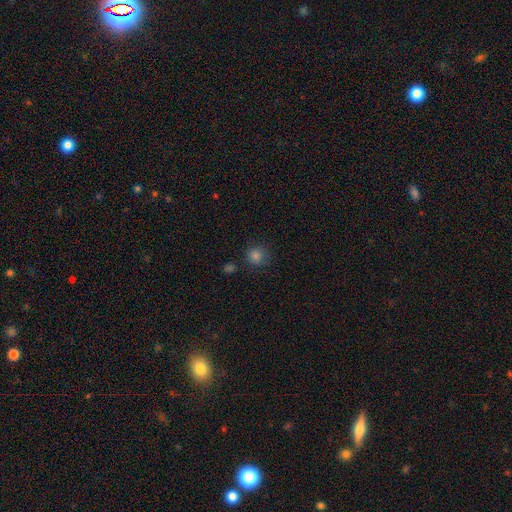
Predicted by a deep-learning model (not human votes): Smooth or featured?
  - smooth: 80% *
  - star or artifact: 15%
  - featured or disk: 5%
How rounded?
  - round: 91% *
  - in between: 8%
  - cigar-shaped: 1%
Merging?
  - none: 81% *
  - minor disturbance: 11%
  - merger: 4%
  - major disturbance: 3%